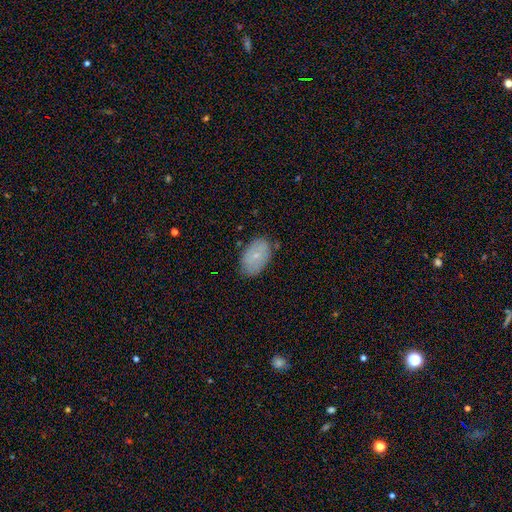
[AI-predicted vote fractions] A smooth galaxy with no disk features (69%) that is in between round and cigar-shaped (91%). Merging: none (78%).